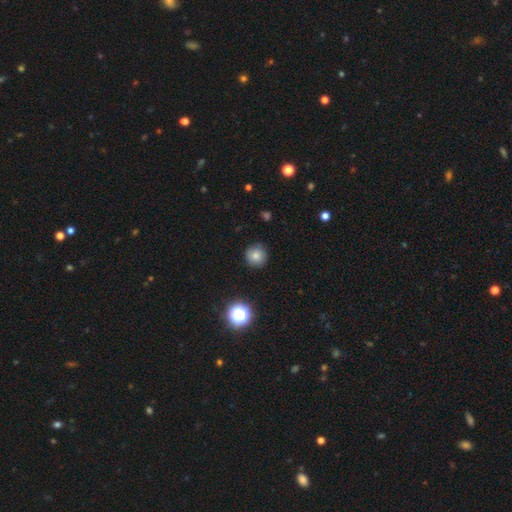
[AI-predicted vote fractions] Morphology: type=smooth (79%); roundness=round (94%); merging=none (88%).